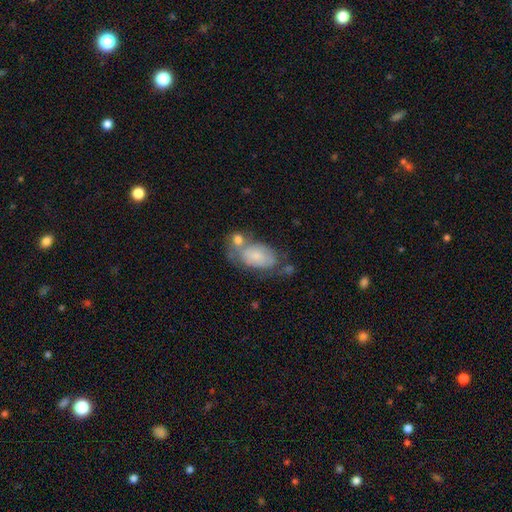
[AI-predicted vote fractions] smooth-or-featured: smooth: 59% | featured or disk: 34% | star or artifact: 7%
  how-rounded: in between: 91% | round: 6% | cigar-shaped: 2%
  merging: none: 35% | merger: 27% | minor disturbance: 24% | major disturbance: 14%